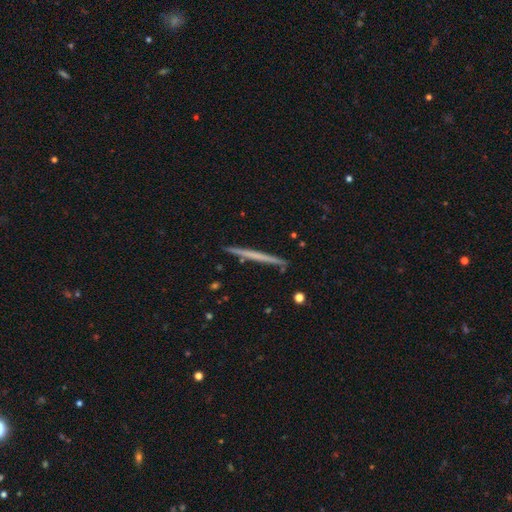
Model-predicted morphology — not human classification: Smooth or featured? Predicted: featured or disk (p=0.50). Edge-on disk? Predicted: yes (p=0.97). Merging? Predicted: none (p=0.91).